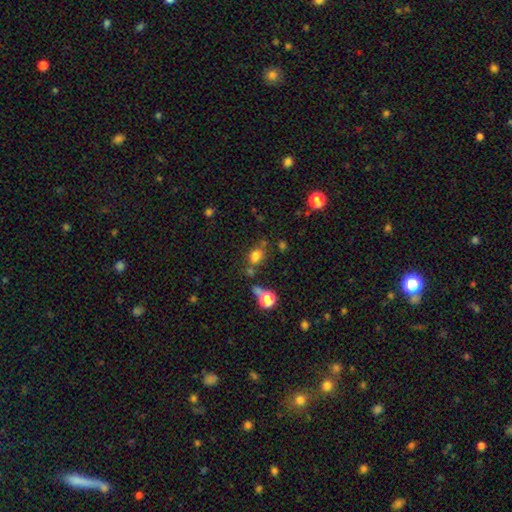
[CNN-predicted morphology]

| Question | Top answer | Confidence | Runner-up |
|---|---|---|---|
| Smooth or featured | smooth | 75% | star or artifact (17%) |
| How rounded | in between | 52% | round (47%) |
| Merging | none | 61% | merger (16%) |